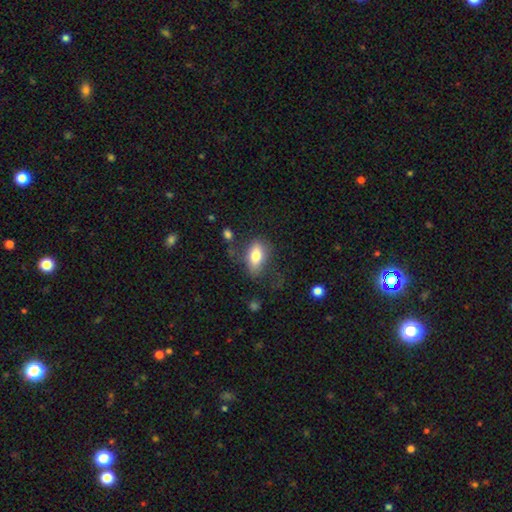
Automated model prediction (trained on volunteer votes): This is likely a smooth galaxy (75%). How rounded: clearly in between (87%). Merging: possibly none (59%).